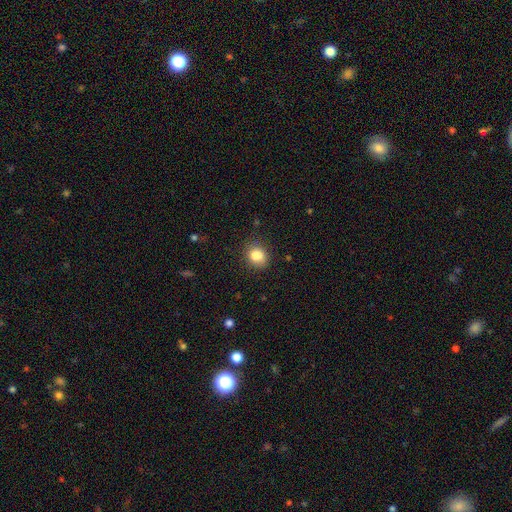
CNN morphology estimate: Overall: smooth (83%). How rounded: round (57%; in between 42%). Merging: none (77%).